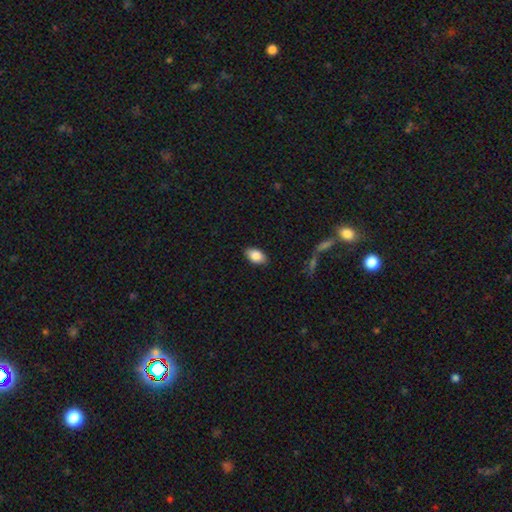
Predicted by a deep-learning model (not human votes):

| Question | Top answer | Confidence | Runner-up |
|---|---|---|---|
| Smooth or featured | smooth | 86% | star or artifact (7%) |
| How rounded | in between | 91% | round (7%) |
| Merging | none | 87% | minor disturbance (10%) |